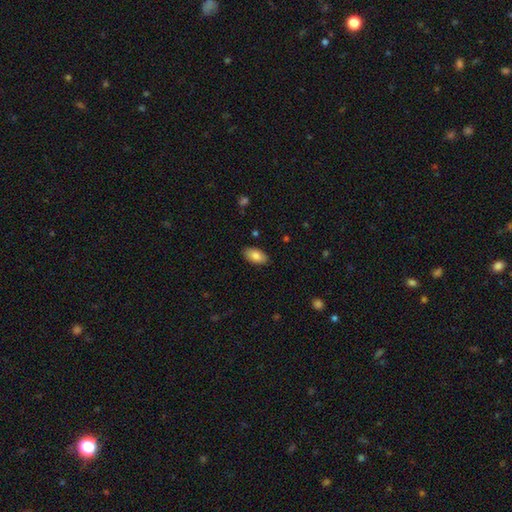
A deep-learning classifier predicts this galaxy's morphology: This is clearly a smooth galaxy (83%). How rounded: clearly in between (94%). Merging: clearly none (88%).